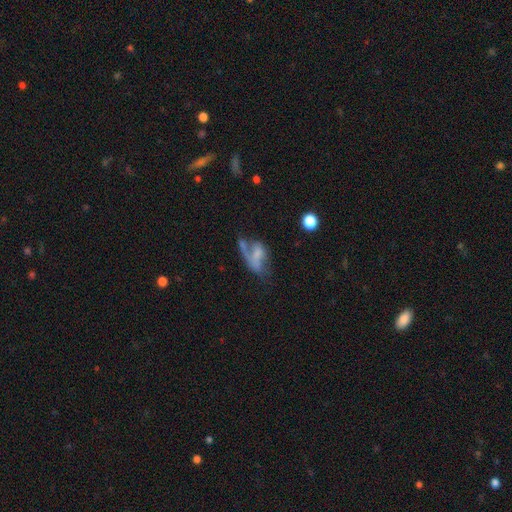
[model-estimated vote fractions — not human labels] The model was most divided on "smooth or featured": featured or disk: 48%, smooth: 39%, star or artifact: 12%. Remaining: merging — major disturbance (41%).